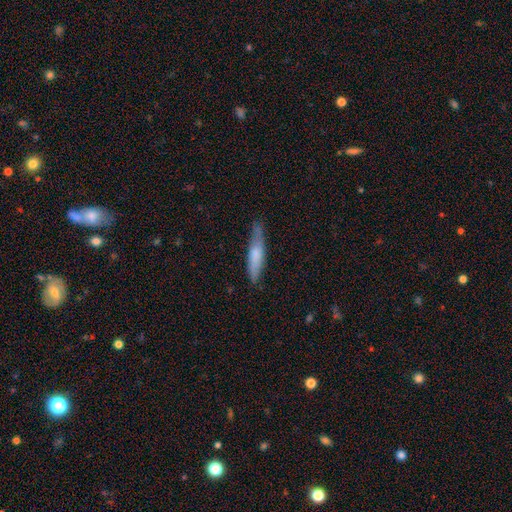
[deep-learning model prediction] Q: Smooth or featured?
A: smooth (63%); runner-up: featured or disk (31%)
Q: How rounded?
A: cigar-shaped (84%); runner-up: in between (14%)
Q: Merging?
A: none (75%); runner-up: minor disturbance (20%)